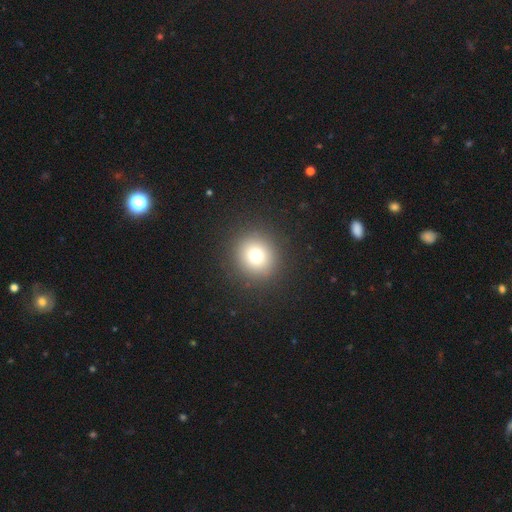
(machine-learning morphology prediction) smooth 76%, star or artifact 15%, featured or disk 10%. Down the decision tree: how rounded — round (91%); merging — none (91%).